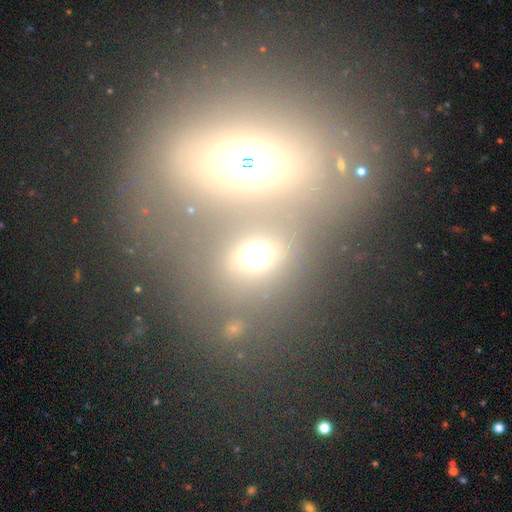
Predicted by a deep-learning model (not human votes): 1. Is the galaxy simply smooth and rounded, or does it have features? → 58% smooth, 29% star or artifact, 12% featured or disk.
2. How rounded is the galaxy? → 63% round, 34% in between, 2% cigar-shaped.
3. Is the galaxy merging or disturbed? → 58% none, 26% merger, 9% minor disturbance, 6% major disturbance.